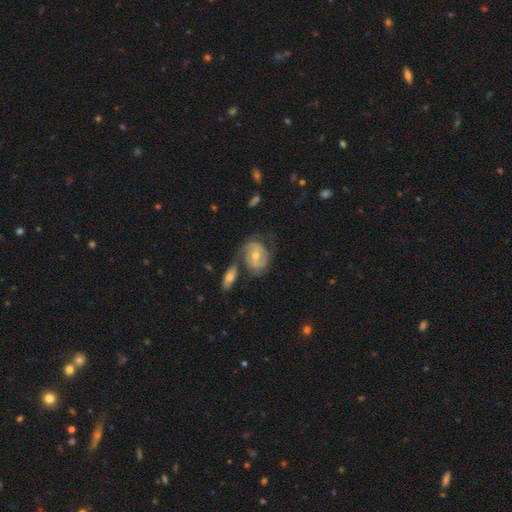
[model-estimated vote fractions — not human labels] A featured or disk galaxy (69%) with no bar (46%), 2 (69%) medium (41%, tied with tight) spiral arms (83%) and a moderate central bulge (63%).

Vote fractions:
- Smooth or featured? featured or disk: 69% / smooth: 25% / star or artifact: 6%
- Edge-on disk? no: 96% / yes: 4%
- Bar? no: 46% / weak: 40% / strong: 13%
- Spiral arms? yes: 83% / no: 17%
- Spiral winding? medium: 41% (tied) / tight: 41% (tied) / loose: 18%
- Spiral arm count? 2: 69% / can't tell: 18% / 1: 5% / 3: 5% / 4: 1% / more than 4: 1%
- Bulge size? moderate: 63% / small: 33% / large: 3% / none: 1% / dominant: 1%
- Merging? none: 49% / minor disturbance: 20% / merger: 19% / major disturbance: 12%